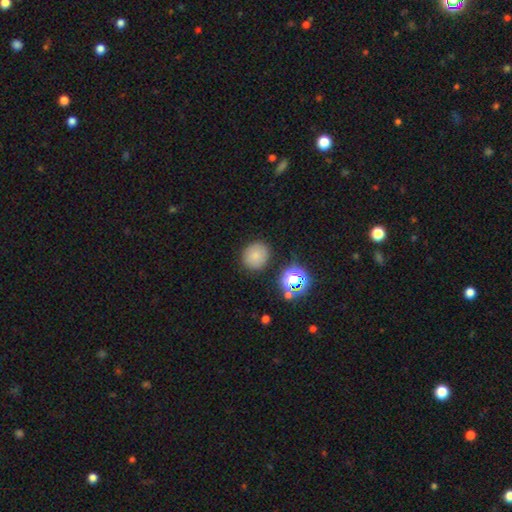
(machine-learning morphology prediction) This is likely a smooth galaxy (76%). How rounded: clearly round (83%). Merging: clearly none (85%).